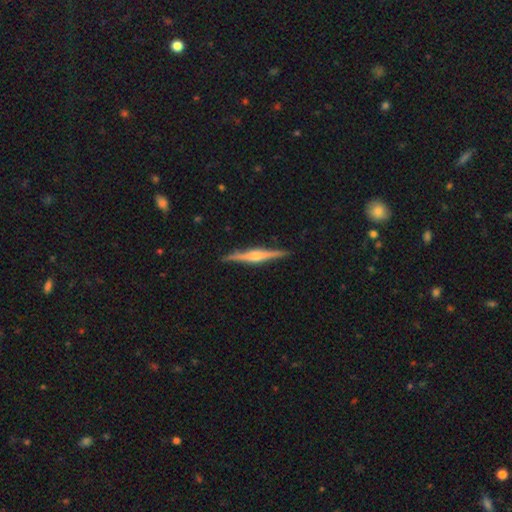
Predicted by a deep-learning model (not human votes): Smooth or featured?
  - featured or disk: 77% *
  - smooth: 17%
  - star or artifact: 5%
Edge-on disk?
  - yes: 98% *
  - no: 2%
Edge-on bulge?
  - rounded: 86% *
  - boxy: 9%
  - none: 6%
Merging?
  - none: 91% *
  - minor disturbance: 7%
  - major disturbance: 1%
  - merger: 1%